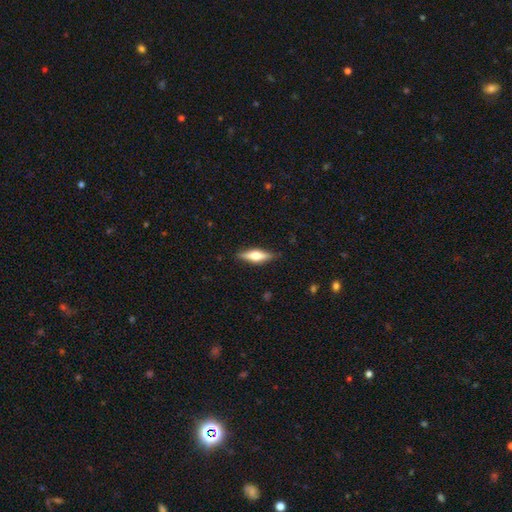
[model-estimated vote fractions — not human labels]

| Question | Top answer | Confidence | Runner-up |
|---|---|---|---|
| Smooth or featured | featured or disk | 50% | smooth (44%) |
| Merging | none | 88% | minor disturbance (9%) |